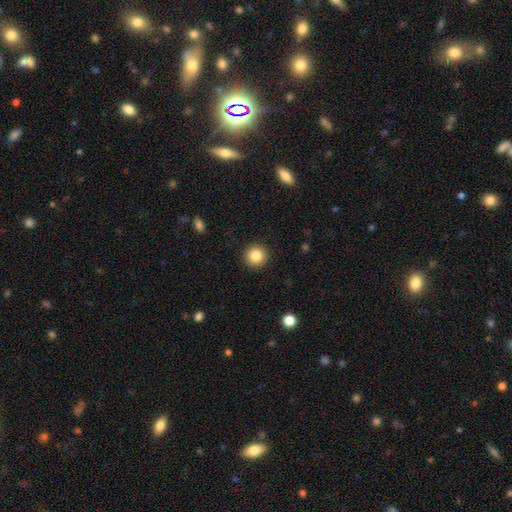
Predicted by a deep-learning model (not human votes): smooth-or-featured: smooth: 85% | star or artifact: 10% | featured or disk: 5%
  how-rounded: round: 95% | in between: 4% | cigar-shaped: 1%
  merging: none: 92% | minor disturbance: 5% | major disturbance: 2% | merger: 1%